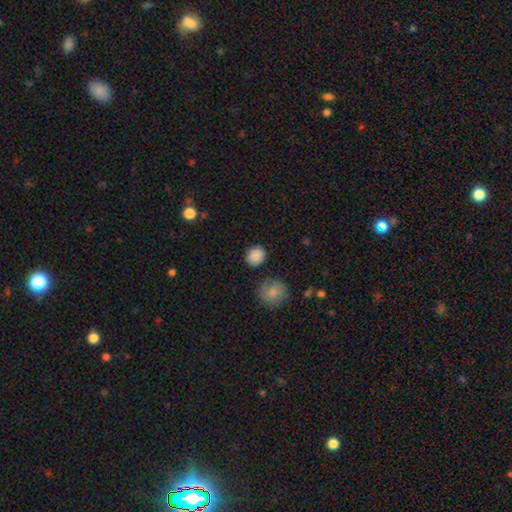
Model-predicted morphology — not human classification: Q: Smooth or featured?
A: smooth (87%); runner-up: star or artifact (9%)
Q: How rounded?
A: round (80%); runner-up: in between (19%)
Q: Merging?
A: none (83%); runner-up: minor disturbance (11%)